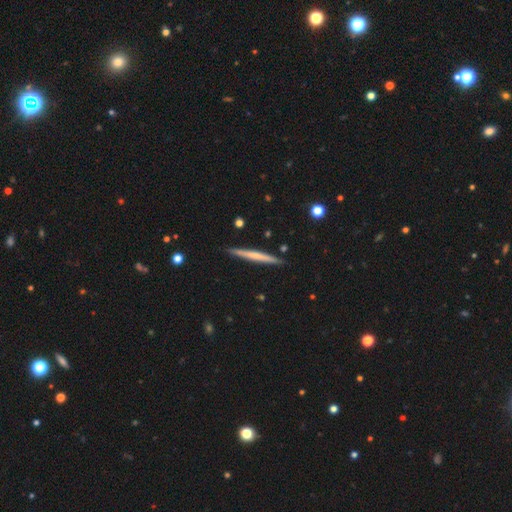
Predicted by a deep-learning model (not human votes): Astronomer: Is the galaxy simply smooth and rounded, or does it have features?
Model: smooth — 48% (runner-up: featured or disk, 47%).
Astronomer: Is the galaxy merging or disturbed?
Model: none — 90%.